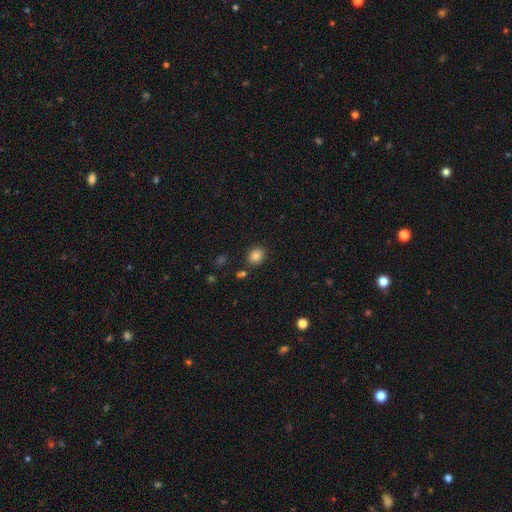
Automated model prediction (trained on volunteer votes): smooth 83%, star or artifact 11%, featured or disk 6%. Down the decision tree: how rounded — round (73%); merging — none (85%).